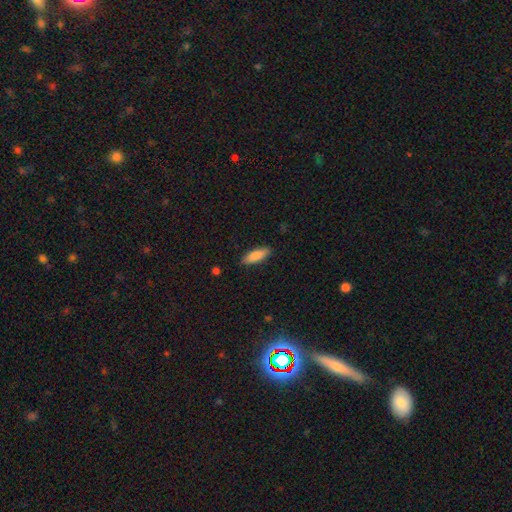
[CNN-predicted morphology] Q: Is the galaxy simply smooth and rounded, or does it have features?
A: smooth — 86%.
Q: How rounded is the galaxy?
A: in between — 60%.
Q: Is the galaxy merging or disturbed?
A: none — 88%.